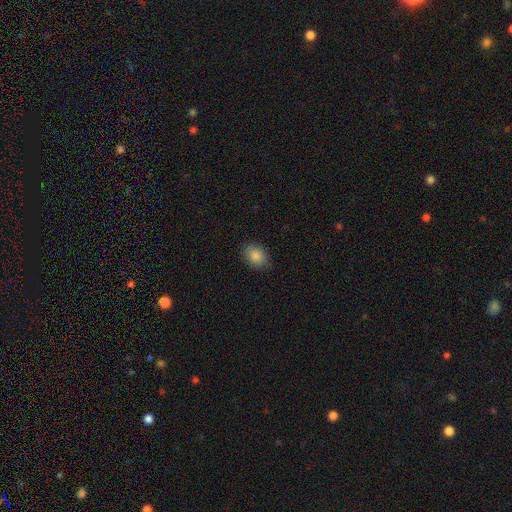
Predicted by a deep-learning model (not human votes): Morphology: type=smooth (87%); roundness=in between (71%); merging=none (84%).